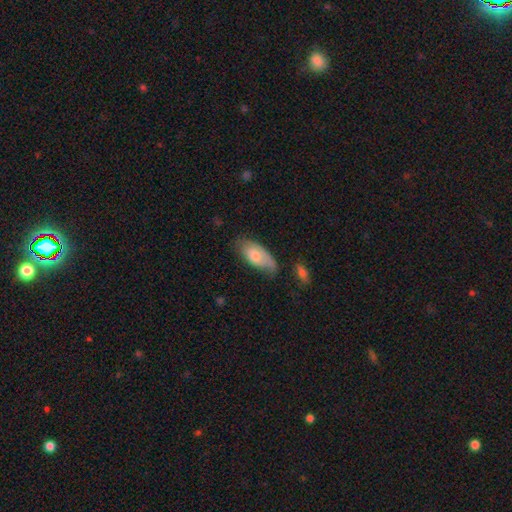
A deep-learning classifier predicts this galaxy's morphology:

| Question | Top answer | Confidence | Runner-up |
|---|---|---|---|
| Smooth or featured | smooth | 70% | featured or disk (24%) |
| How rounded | in between | 90% | cigar-shaped (7%) |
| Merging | none | 50% | minor disturbance (34%) |